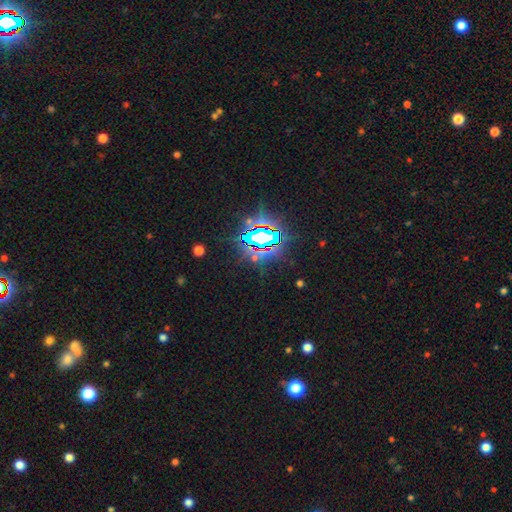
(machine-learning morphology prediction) A star or artifact, not a galaxy (79%).